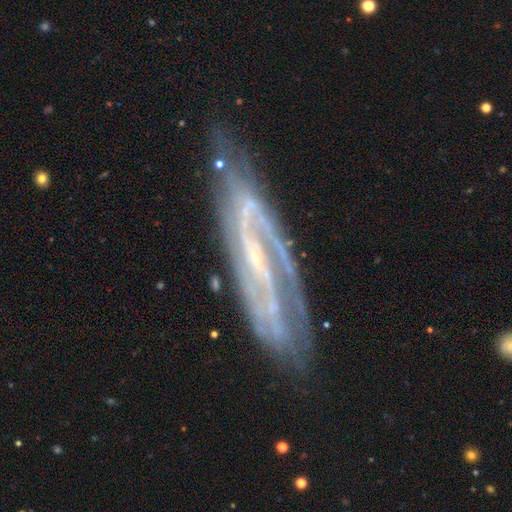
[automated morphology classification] Smooth or featured? featured or disk (86%)
Edge-on disk? no (80%)
Bar? strong (45%)
Spiral arms? yes (94%)
Spiral winding? tight (44%)
Spiral arm count? 2 (62%)
Bulge size? small (62%)
Merging? none (71%)